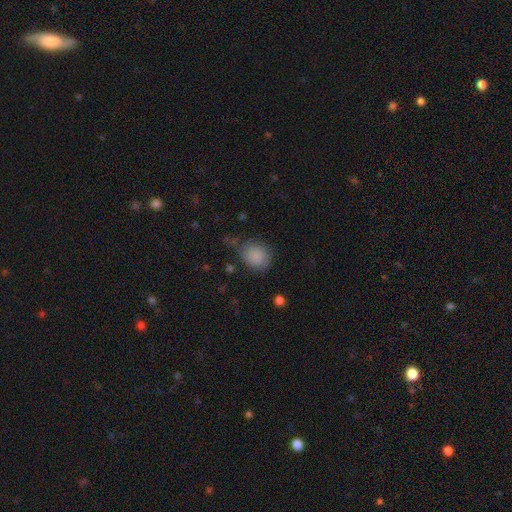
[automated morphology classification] smooth 83%, featured or disk 9%, star or artifact 8%. Down the decision tree: how rounded — round (62%); merging — none (51%).